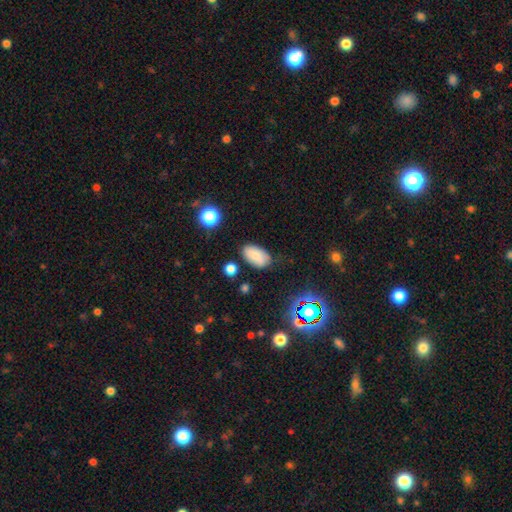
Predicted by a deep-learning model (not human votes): A smooth galaxy with no disk features (76%) that is in between round and cigar-shaped (93%). Merging: none (73%).